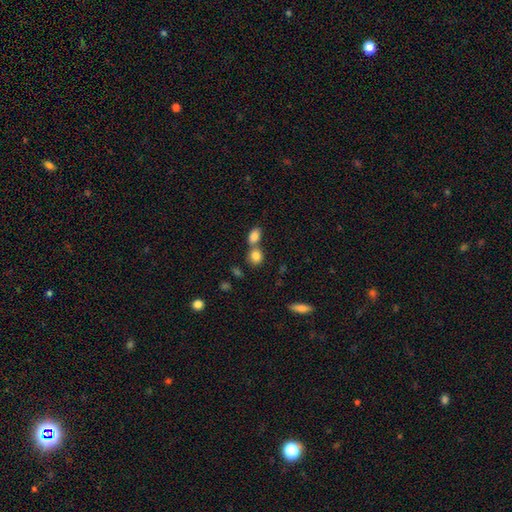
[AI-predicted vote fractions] smooth 83%, star or artifact 9%, featured or disk 8%. Down the decision tree: how rounded — round (59%); merging — none (45%).